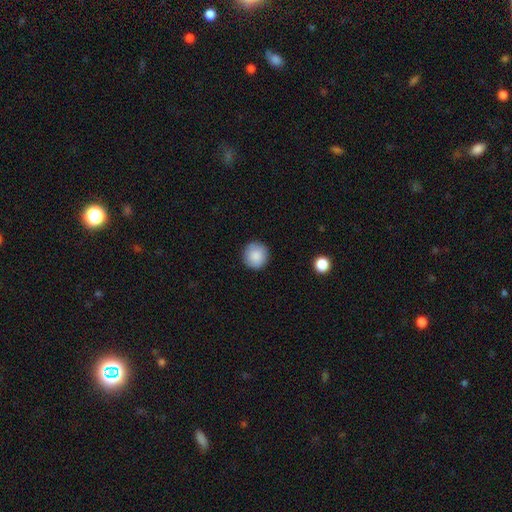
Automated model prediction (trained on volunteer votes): Smooth or featured? Predicted: smooth (p=0.87). How rounded? Predicted: round (p=0.94). Merging? Predicted: none (p=0.91).